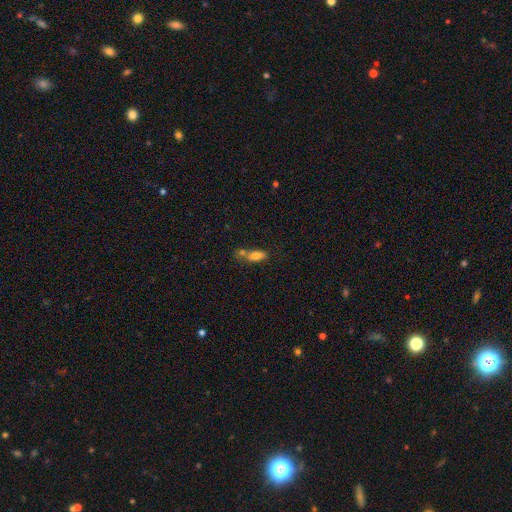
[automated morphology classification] This appears to be a smooth galaxy with no disk features (77%) that is in between round and cigar-shaped (78%). Merging: merger (46%).